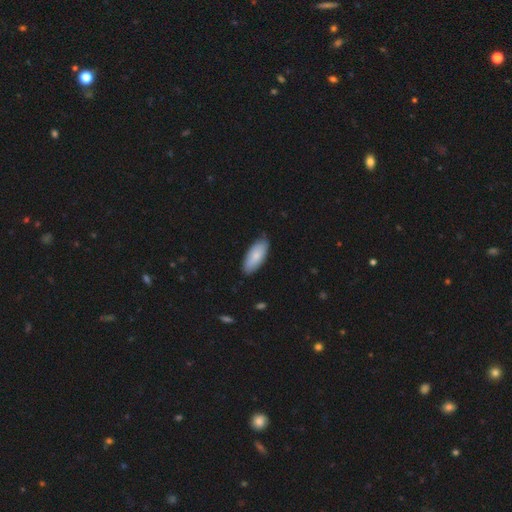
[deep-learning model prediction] Smooth or featured? smooth (82%)
How rounded? in between (84%)
Merging? none (81%)